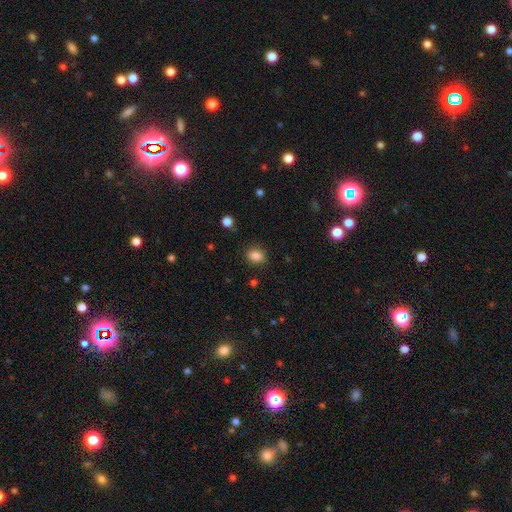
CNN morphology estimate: A smooth galaxy with no disk features (84%) that is in between round and cigar-shaped (59%). Merging: none (85%).